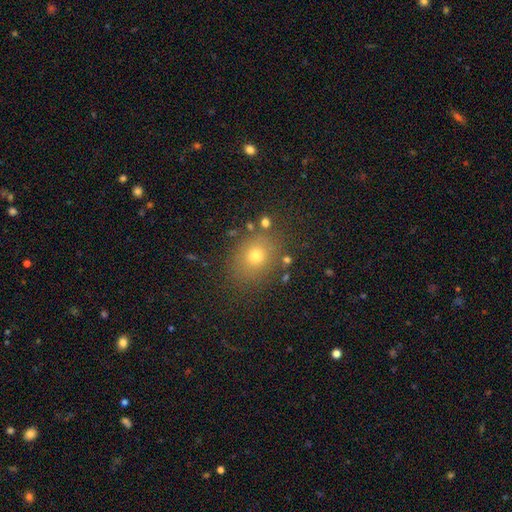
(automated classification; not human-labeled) smooth 69%, star or artifact 19%, featured or disk 12%. Down the decision tree: how rounded — round (53%); merging — none (80%).